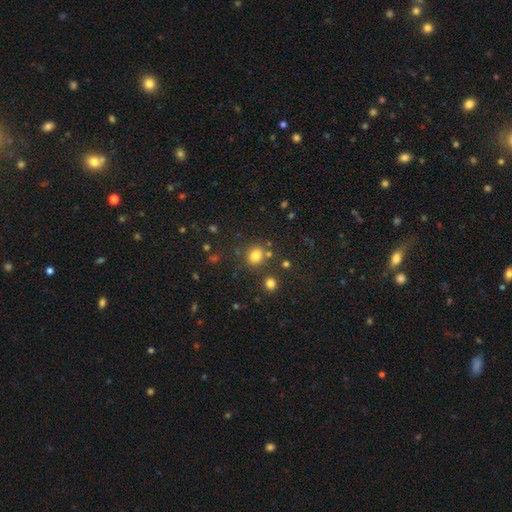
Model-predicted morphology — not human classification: Smooth or featured?
  - smooth: 79% *
  - star or artifact: 15%
  - featured or disk: 6%
How rounded?
  - round: 73% *
  - in between: 26%
  - cigar-shaped: 1%
Merging?
  - none: 75% *
  - minor disturbance: 11%
  - merger: 10%
  - major disturbance: 4%